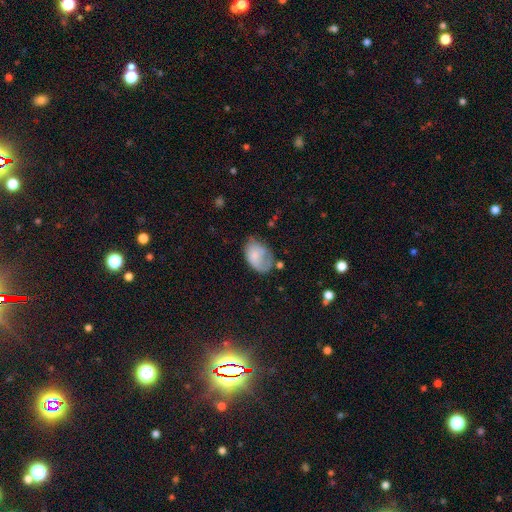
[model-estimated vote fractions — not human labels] The model was most divided on "merging": none: 37%, minor disturbance: 34%, major disturbance: 24%, merger: 5%. More confident: how rounded — in between (85%); smooth or featured — smooth (67%).